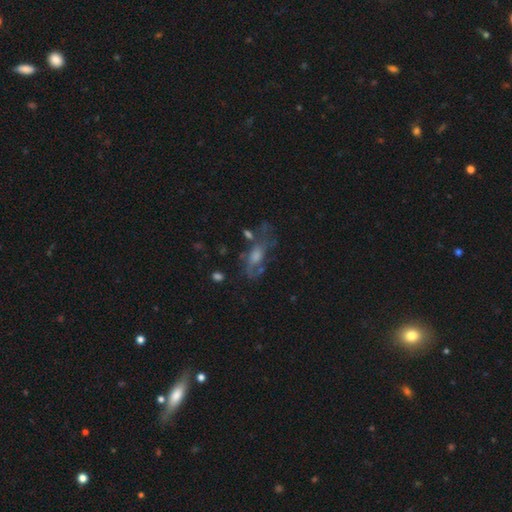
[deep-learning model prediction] smooth-or-featured: featured or disk: 59% | smooth: 25% | star or artifact: 16%
  disk-edge-on: no: 85% | yes: 15%
  merging: none: 48% | major disturbance: 24% | minor disturbance: 20% | merger: 9%